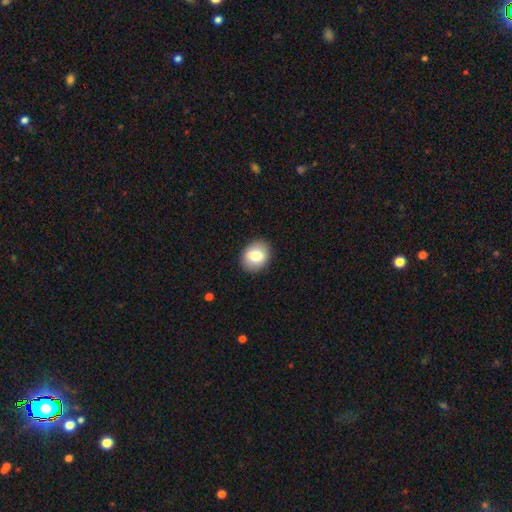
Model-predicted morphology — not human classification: This appears to be a smooth galaxy with no disk features (73%) that is round (54%). Merging: none (86%).